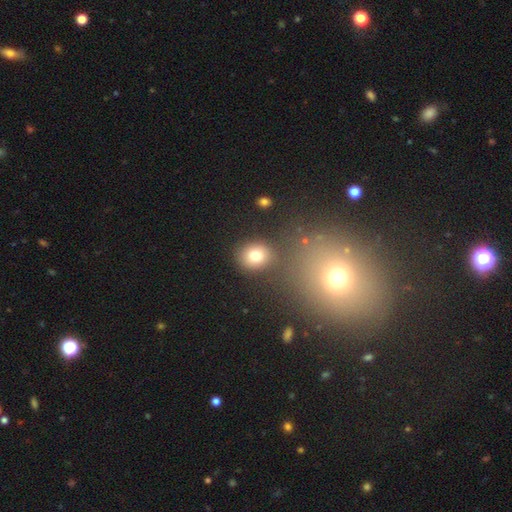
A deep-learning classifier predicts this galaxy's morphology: A smooth galaxy with no disk features (78%) that is round (73%). Merging: none (81%).